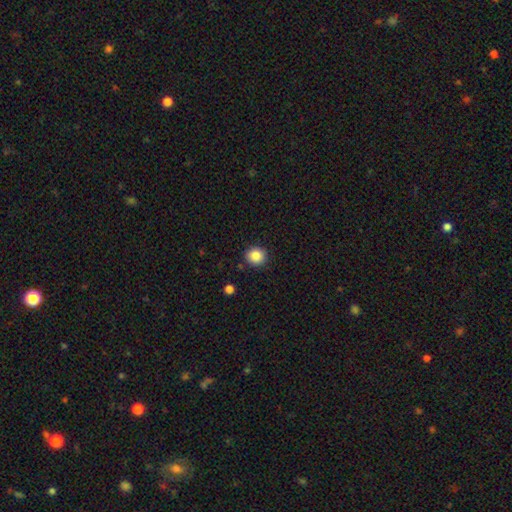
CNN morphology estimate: Smooth or featured: smooth — 86% (star or artifact — 9%)
How rounded: round — 87% (in between — 12%)
Merging: none — 90% (minor disturbance — 7%)